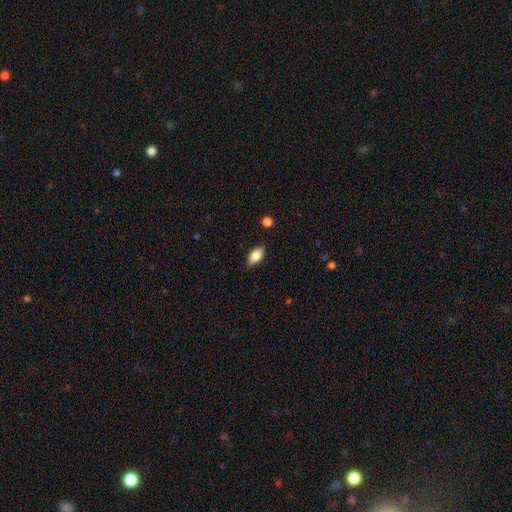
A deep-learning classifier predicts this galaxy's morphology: Overall: smooth (82%). How rounded: in between (91%). Merging: none (86%).